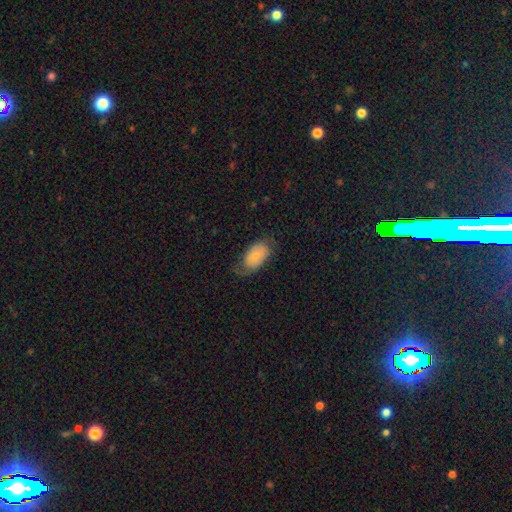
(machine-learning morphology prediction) Q: Smooth or featured?
A: smooth (63%); runner-up: featured or disk (30%)
Q: How rounded?
A: in between (93%); runner-up: round (5%)
Q: Merging?
A: none (53%); runner-up: minor disturbance (29%)